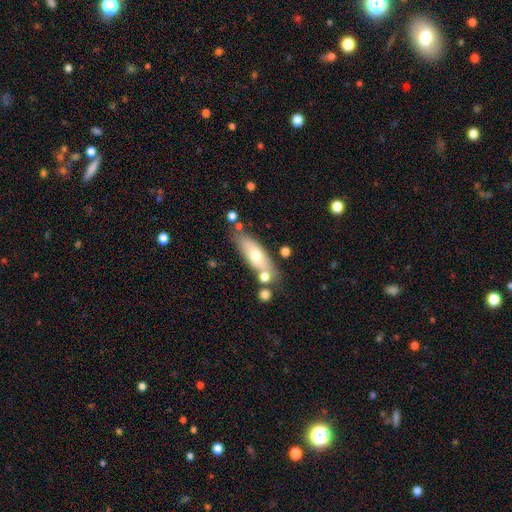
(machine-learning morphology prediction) Smooth or featured? Predicted: smooth (p=0.63). How rounded? Predicted: in between (p=0.53). Merging? Predicted: none (p=0.69).